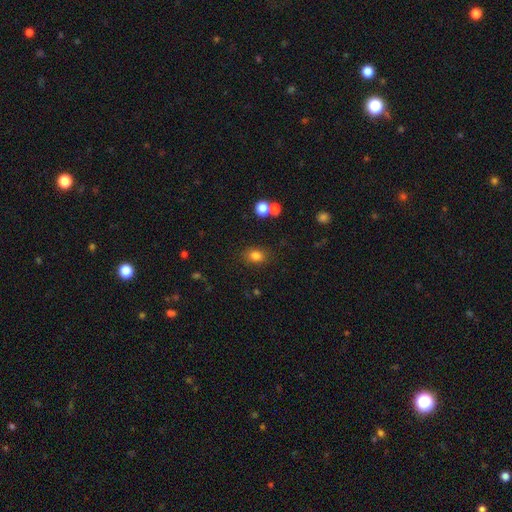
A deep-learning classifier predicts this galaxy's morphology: Smooth or featured?
  - smooth: 81% *
  - star or artifact: 12%
  - featured or disk: 6%
How rounded?
  - in between: 64% *
  - round: 35%
  - cigar-shaped: 1%
Merging?
  - none: 81% *
  - minor disturbance: 12%
  - major disturbance: 4%
  - merger: 3%